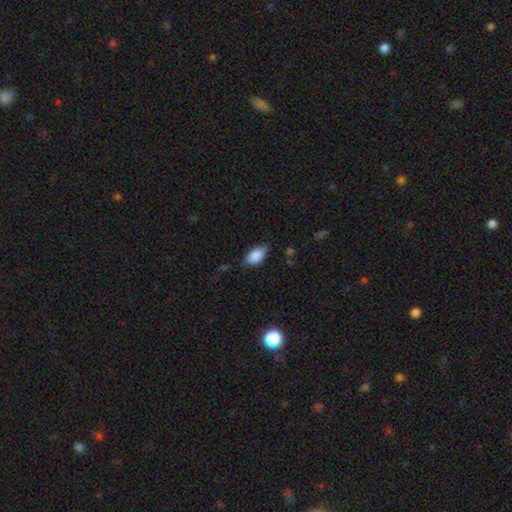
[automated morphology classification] Smooth or featured? Predicted: smooth (p=0.86). How rounded? Predicted: in between (p=0.92). Merging? Predicted: none (p=0.75).